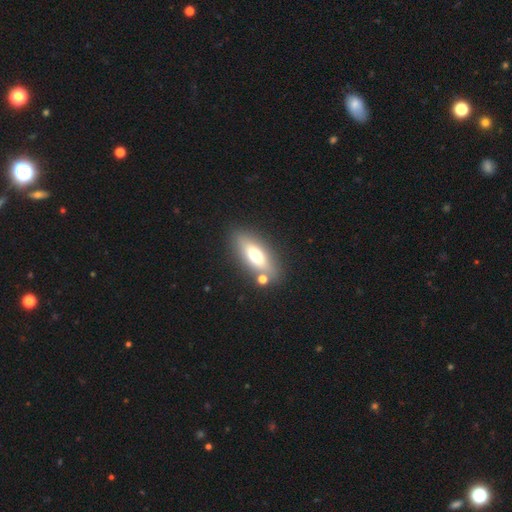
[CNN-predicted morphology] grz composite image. It shows a smooth galaxy with no disk features (64%) that is in between round and cigar-shaped (69%). Merging: none (75%).